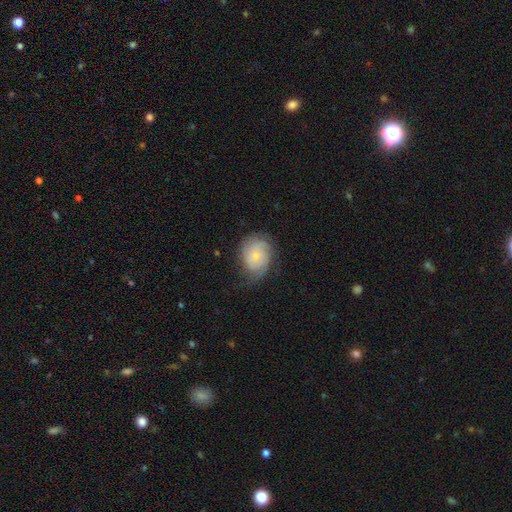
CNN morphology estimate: Overall: featured or disk (55%; smooth 38%). Edge-on disk: no (97%). Bar: no (76%). Spiral arms: yes (88%). Bulge size: small (72%). Merging: none (59%; minor disturbance 27%).